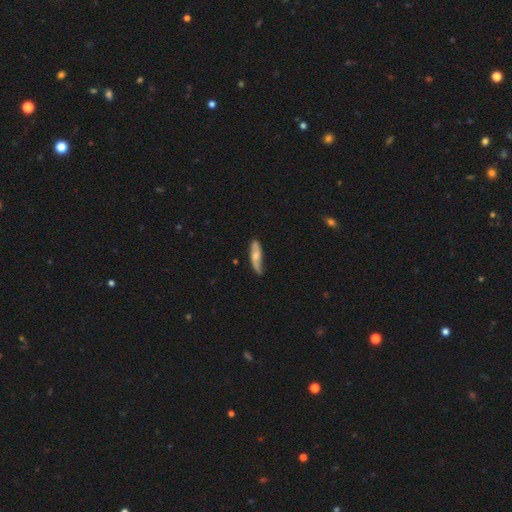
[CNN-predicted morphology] smooth-or-featured: smooth: 49% | featured or disk: 45% | star or artifact: 6%
  merging: none: 64% | minor disturbance: 28% | major disturbance: 6% | merger: 2%